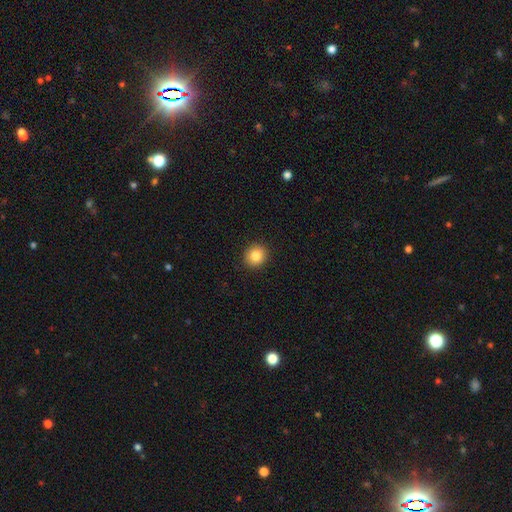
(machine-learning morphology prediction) The model was most divided on "how rounded": round: 83%, in between: 16%, cigar-shaped: 1%. More confident: merging — none (91%); smooth or featured — smooth (84%).